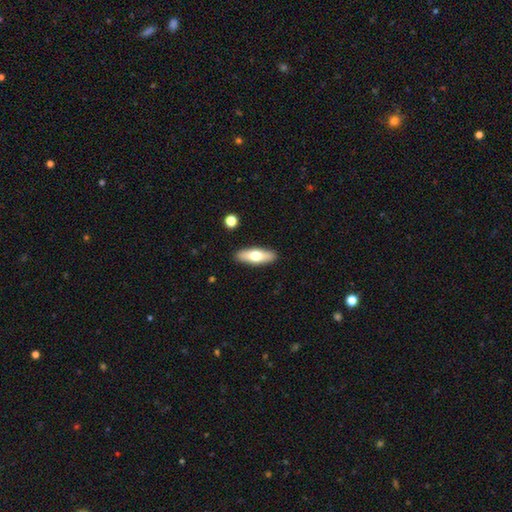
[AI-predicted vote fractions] The model was most divided on "how rounded": in between: 59%, cigar-shaped: 38%, round: 3%. More confident: merging — none (90%); smooth or featured — smooth (63%).